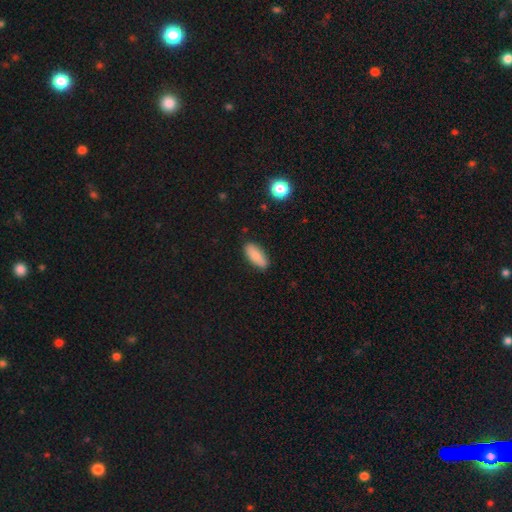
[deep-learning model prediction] smooth_or_featured: smooth (p=0.86) [alt: featured or disk p=0.08]
how_rounded: in between (p=0.74) [alt: cigar-shaped p=0.24]
merging: none (p=0.86) [alt: minor disturbance p=0.11]